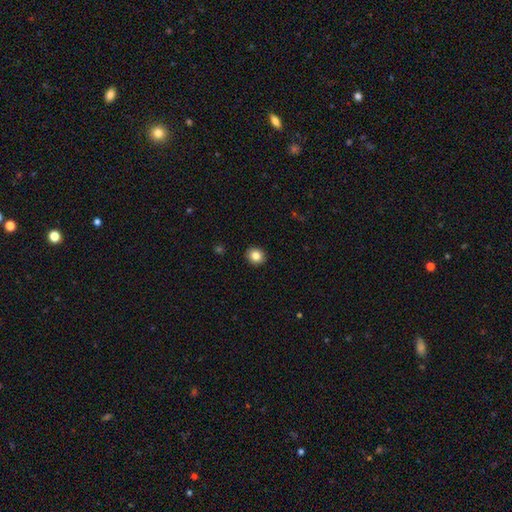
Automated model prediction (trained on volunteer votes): Morphology: type=smooth (84%); roundness=round (79%); merging=none (92%).